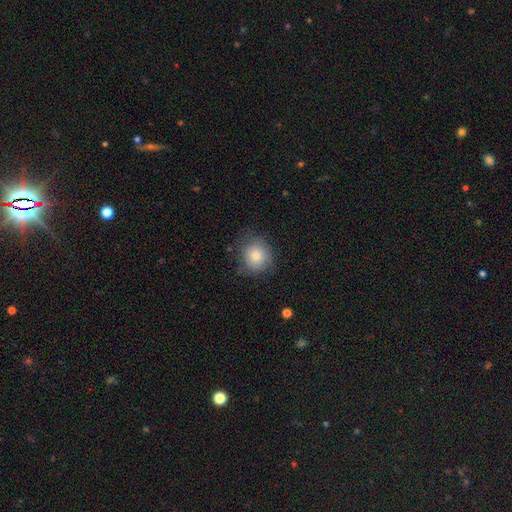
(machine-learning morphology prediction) smooth 81%, featured or disk 10%, star or artifact 9%. Down the decision tree: how rounded — round (85%); merging — none (74%).